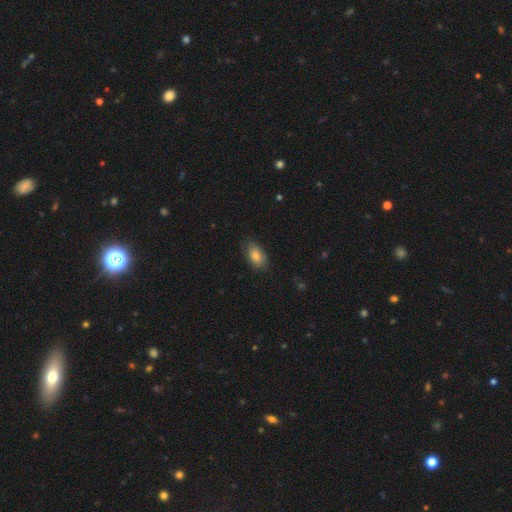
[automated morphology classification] This is likely a smooth galaxy (79%). How rounded: clearly in between (90%). Merging: likely none (77%).